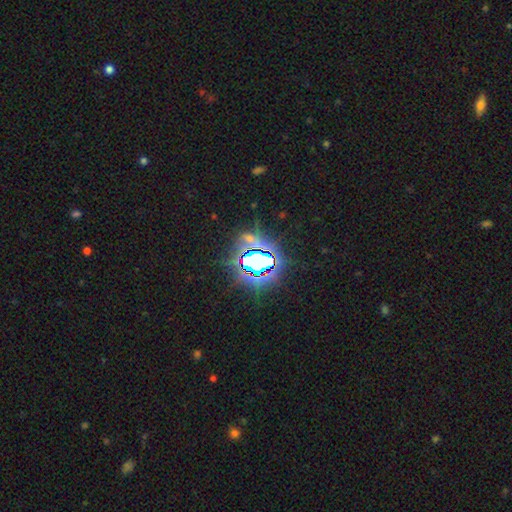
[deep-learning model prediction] Overall: star or artifact (73%).